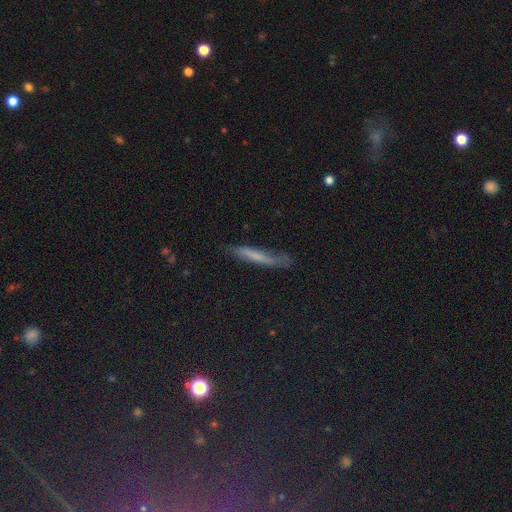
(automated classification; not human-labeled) Overall: smooth (54%; featured or disk 32%). How rounded: cigar-shaped (89%). Merging: none (63%; minor disturbance 26%).